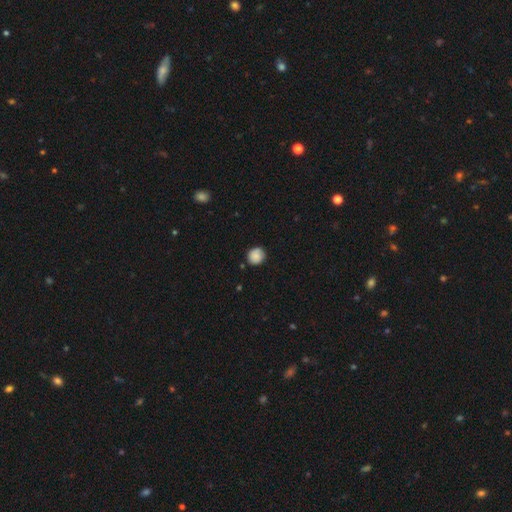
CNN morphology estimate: smooth-or-featured: smooth: 84% | star or artifact: 9% | featured or disk: 7%
  how-rounded: round: 88% | in between: 11% | cigar-shaped: 1%
  merging: none: 81% | minor disturbance: 15% | major disturbance: 3% | merger: 2%